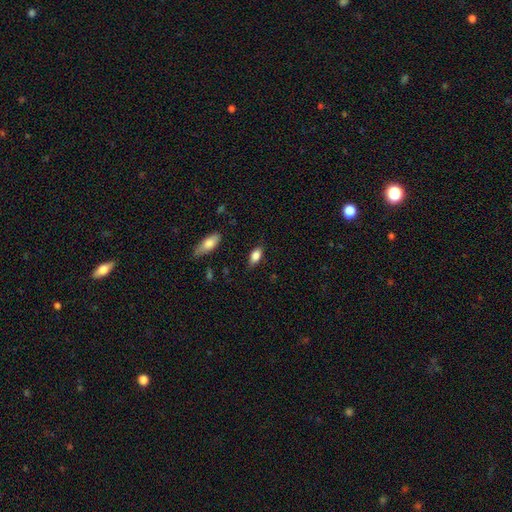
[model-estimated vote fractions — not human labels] Smooth or featured: smooth — 81% (featured or disk — 12%)
How rounded: in between — 86% (cigar-shaped — 9%)
Merging: none — 82% (minor disturbance — 14%)